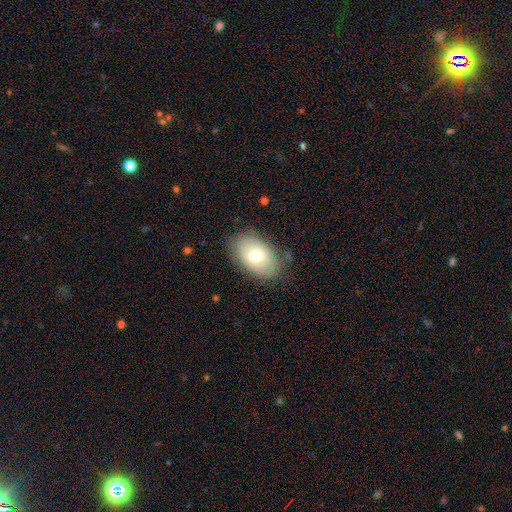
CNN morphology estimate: Smooth or featured? Predicted: smooth (p=0.68). How rounded? Predicted: in between (p=0.90). Merging? Predicted: none (p=0.79).